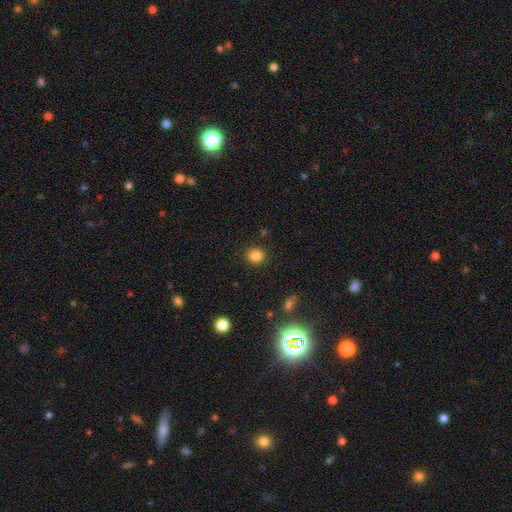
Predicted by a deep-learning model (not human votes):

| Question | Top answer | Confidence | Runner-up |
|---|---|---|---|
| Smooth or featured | smooth | 84% | star or artifact (12%) |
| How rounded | round | 84% | in between (15%) |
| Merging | none | 89% | minor disturbance (7%) |